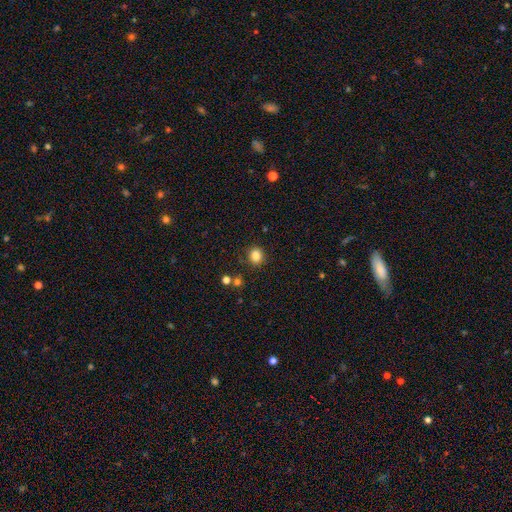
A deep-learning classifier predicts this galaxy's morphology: This appears to be a smooth galaxy with no disk features (85%) that is round (75%). Merging: none (83%).